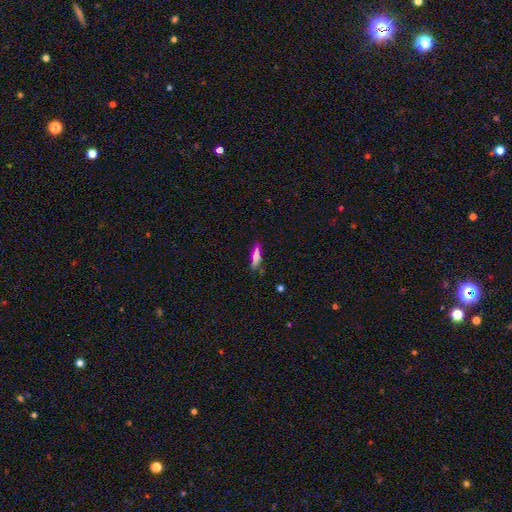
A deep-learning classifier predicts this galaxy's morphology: The model was most divided on "how rounded": cigar-shaped: 68%, in between: 29%, round: 2%. More confident: merging — none (74%); smooth or featured — smooth (69%).